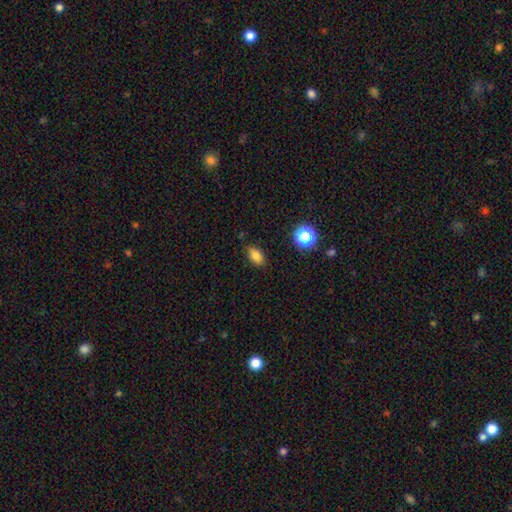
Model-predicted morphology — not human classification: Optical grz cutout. It shows a smooth galaxy with no disk features (81%) that is in between round and cigar-shaped (86%). Merging: none (84%).